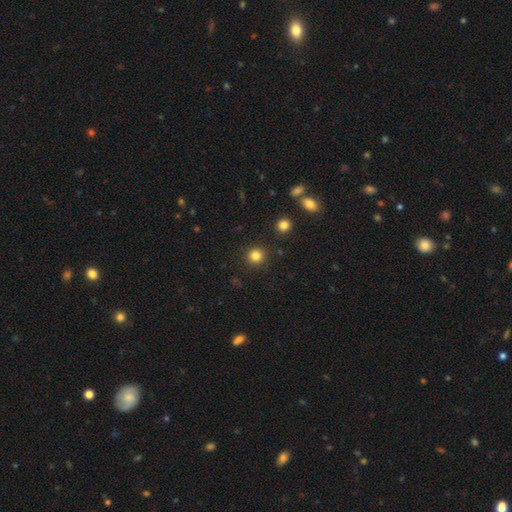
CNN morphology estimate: smooth_or_featured: smooth (p=0.83) [alt: star or artifact p=0.12]
how_rounded: round (p=0.92) [alt: in between p=0.07]
merging: none (p=0.90) [alt: minor disturbance p=0.06]